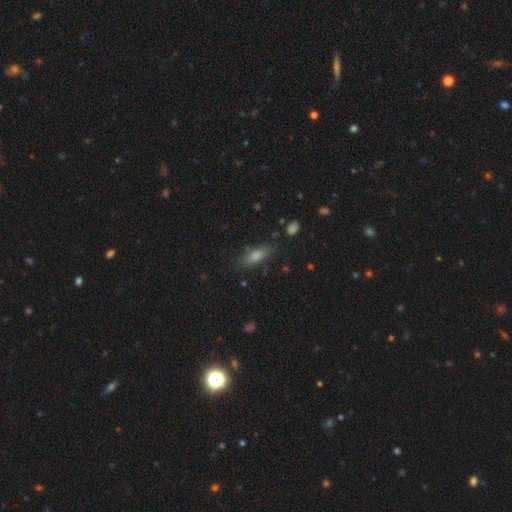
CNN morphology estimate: smooth_or_featured: smooth (p=0.65) [alt: featured or disk p=0.19]
how_rounded: in between (p=0.57) [alt: cigar-shaped p=0.38]
merging: none (p=0.83) [alt: minor disturbance p=0.12]